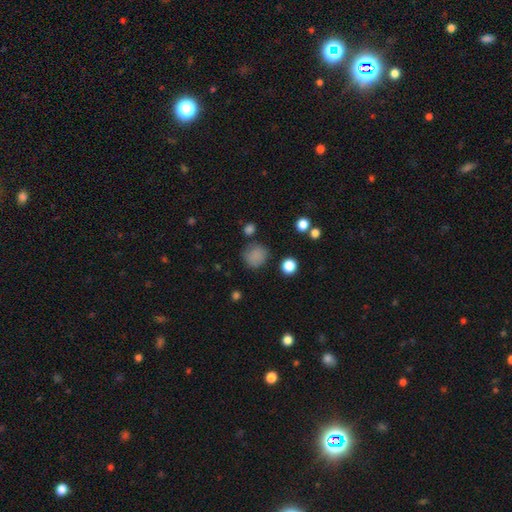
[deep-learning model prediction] A smooth galaxy with no disk features (83%) that is round (86%). Merging: none (76%).